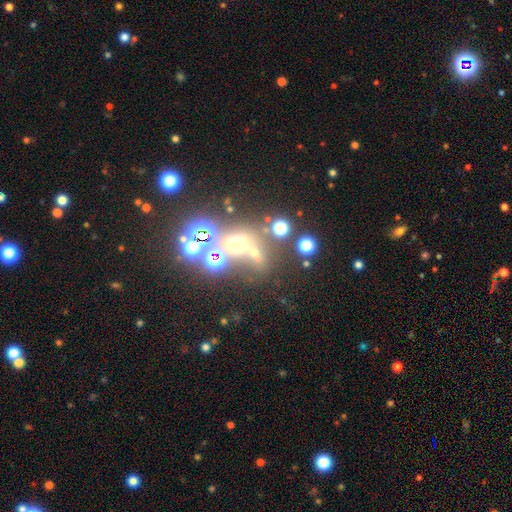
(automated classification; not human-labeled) The model was most divided on "smooth or featured": smooth: 46%, star or artifact: 39%, featured or disk: 15%. Remaining: merging — none (48%).